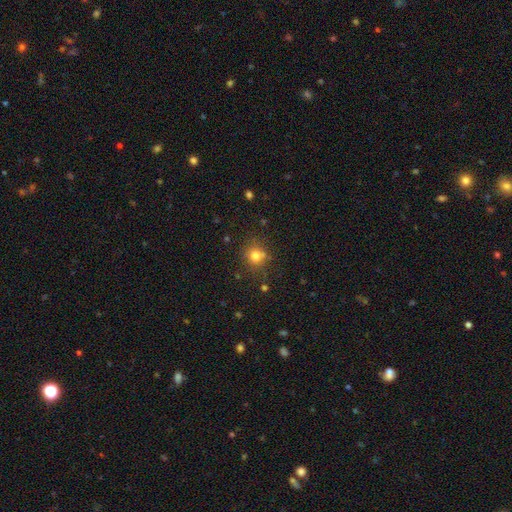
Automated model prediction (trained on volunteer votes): Smooth or featured? Predicted: smooth (p=0.76). How rounded? Predicted: round (p=0.85). Merging? Predicted: none (p=0.73).